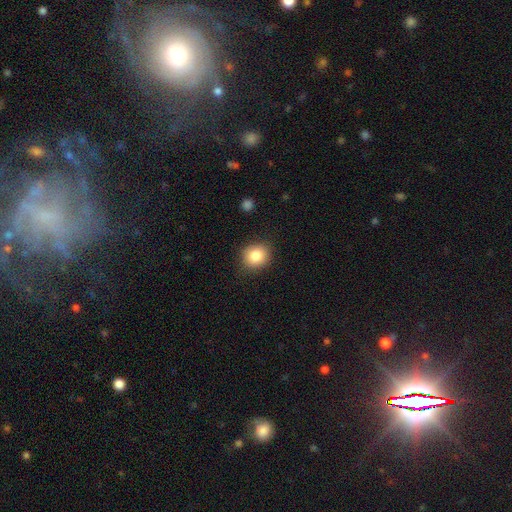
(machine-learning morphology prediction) This appears to be a smooth galaxy with no disk features (84%) that is round (77%). Merging: none (86%).